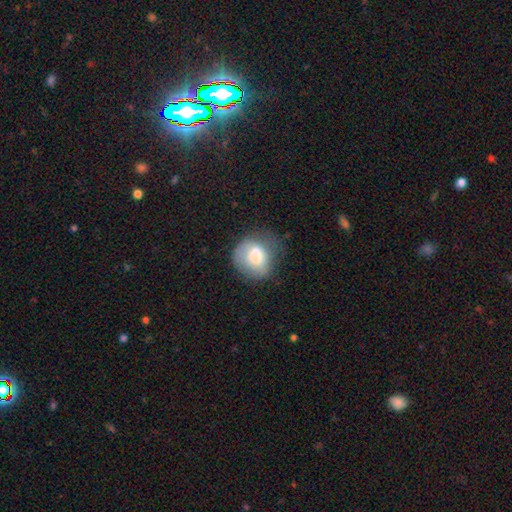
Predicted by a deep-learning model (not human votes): Q: Smooth or featured?
A: smooth (73%); runner-up: featured or disk (19%)
Q: How rounded?
A: round (71%); runner-up: in between (28%)
Q: Merging?
A: none (48%); runner-up: minor disturbance (30%)